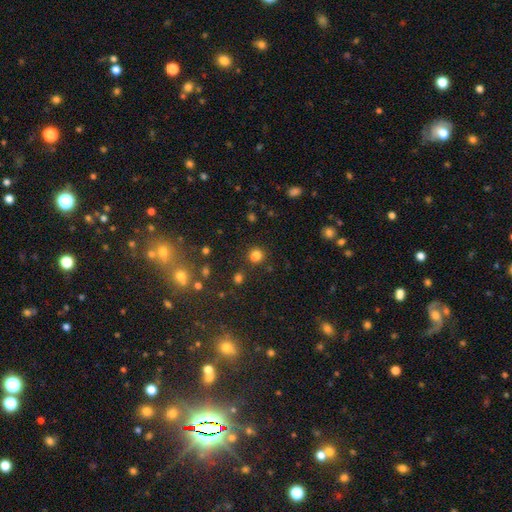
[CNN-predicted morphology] Smooth or featured?
  - smooth: 79% *
  - star or artifact: 17%
  - featured or disk: 4%
How rounded?
  - round: 91% *
  - in between: 8%
  - cigar-shaped: 1%
Merging?
  - none: 85% *
  - minor disturbance: 7%
  - merger: 5%
  - major disturbance: 3%